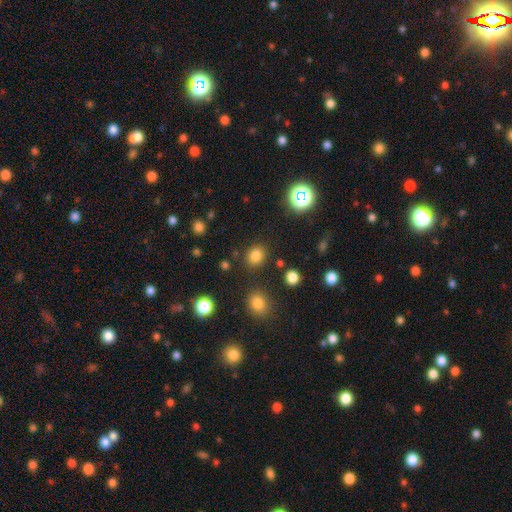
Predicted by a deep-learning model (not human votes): Smooth or featured? smooth (80%)
How rounded? round (72%)
Merging? none (86%)